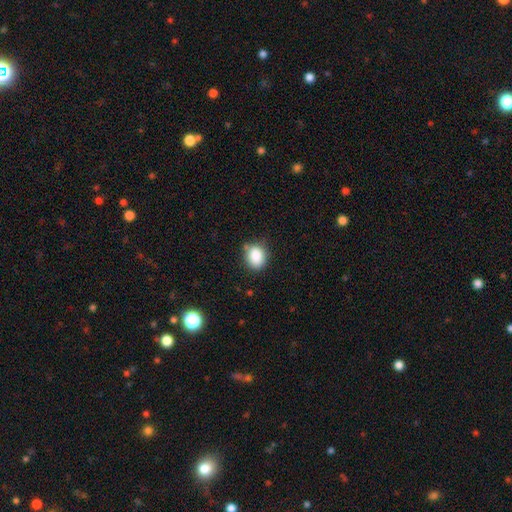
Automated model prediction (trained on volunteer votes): smooth 86%, star or artifact 9%, featured or disk 5%. Down the decision tree: how rounded — in between (51%); merging — none (71%).